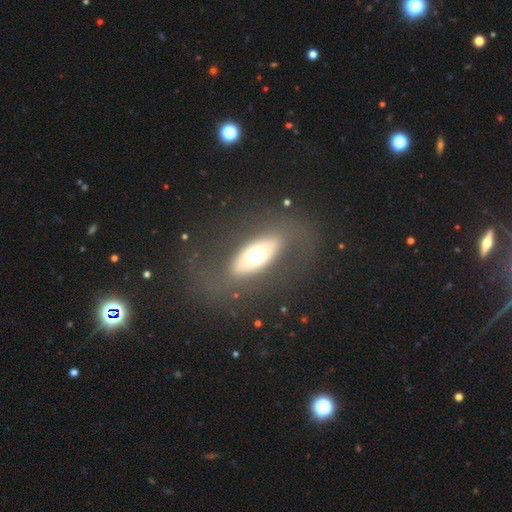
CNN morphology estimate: Smooth or featured? smooth (47%)
Merging? none (73%)